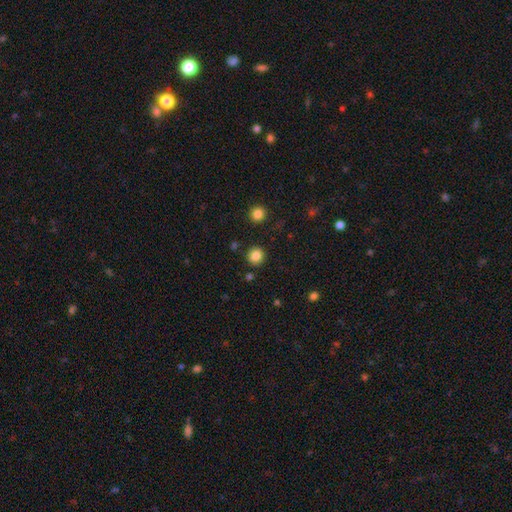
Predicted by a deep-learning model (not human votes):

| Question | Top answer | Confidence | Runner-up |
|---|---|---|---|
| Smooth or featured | smooth | 85% | star or artifact (11%) |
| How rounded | round | 90% | in between (9%) |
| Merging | none | 90% | minor disturbance (6%) |